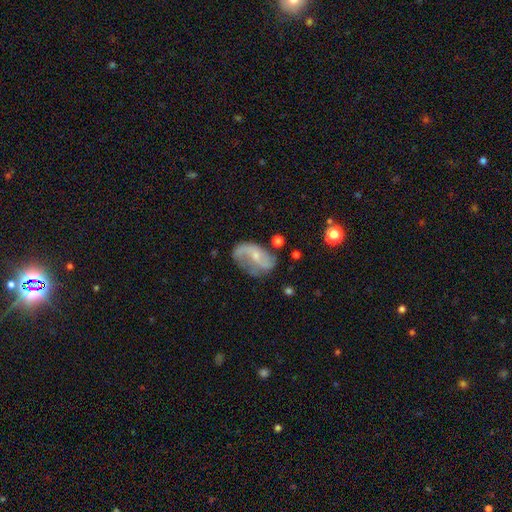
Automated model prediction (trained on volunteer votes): This appears to be a featured or disk galaxy (71%) with no bar (50%), 2 (75%) loose (59%) spiral arms (86%) and a small central bulge (64%). Merging: none (51%).